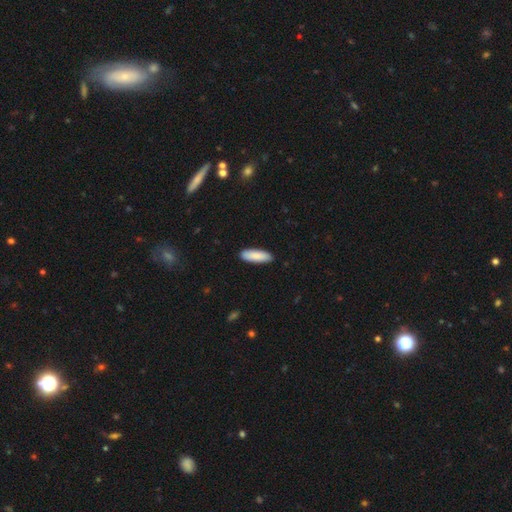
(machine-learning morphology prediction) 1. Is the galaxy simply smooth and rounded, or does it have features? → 89% smooth, 6% featured or disk, 5% star or artifact.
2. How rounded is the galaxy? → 55% in between, 44% cigar-shaped, 1% round.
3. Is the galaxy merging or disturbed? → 90% none, 7% minor disturbance, 1% major disturbance, 1% merger.